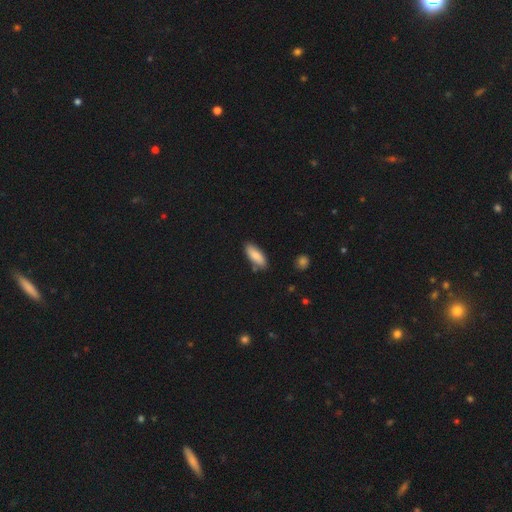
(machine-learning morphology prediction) smooth_or_featured: smooth (p=0.84) [alt: featured or disk p=0.10]
how_rounded: in between (p=0.71) [alt: cigar-shaped p=0.28]
merging: none (p=0.80) [alt: minor disturbance p=0.14]